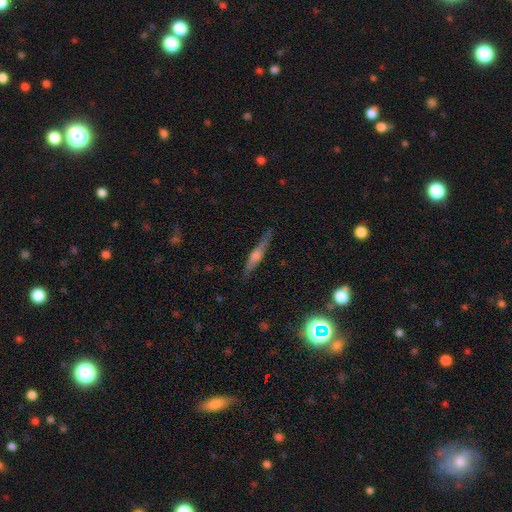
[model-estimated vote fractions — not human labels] smooth-or-featured: featured or disk: 59% | smooth: 31% | star or artifact: 10%
  disk-edge-on: yes: 95% | no: 5%
    edge-on-bulge: rounded: 72% | boxy: 16% | none: 12%
  merging: none: 83% | minor disturbance: 13% | major disturbance: 3% | merger: 2%